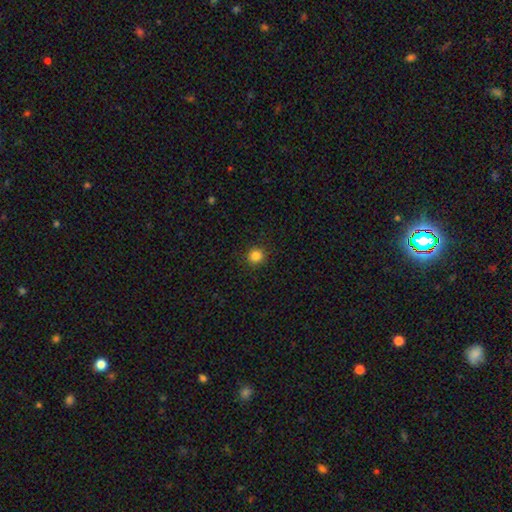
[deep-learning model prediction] smooth-or-featured: smooth: 84% | star or artifact: 12% | featured or disk: 4%
  how-rounded: round: 94% | in between: 5% | cigar-shaped: 1%
  merging: none: 92% | minor disturbance: 5% | major disturbance: 2% | merger: 1%